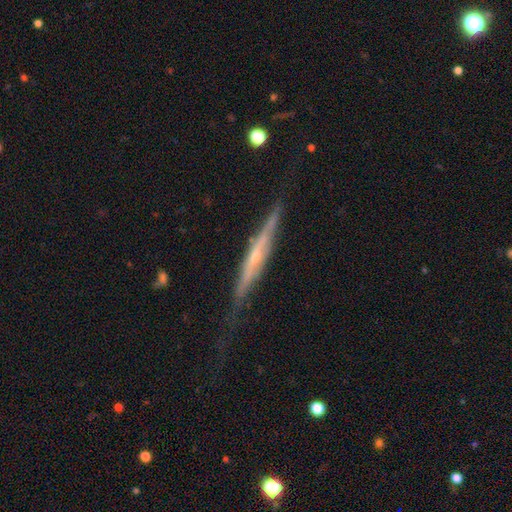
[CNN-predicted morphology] type=featured or disk (74%); edge-on=yes (95%); edge-on bulge=rounded (57%); merging=none (72%).